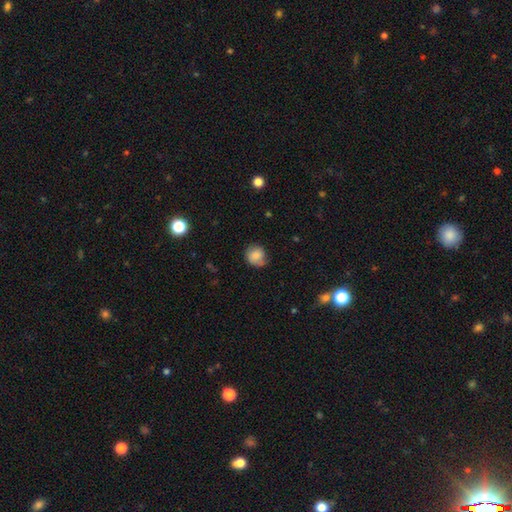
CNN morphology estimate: A smooth galaxy with no disk features (76%) that is round (80%). Merging: none (61%).